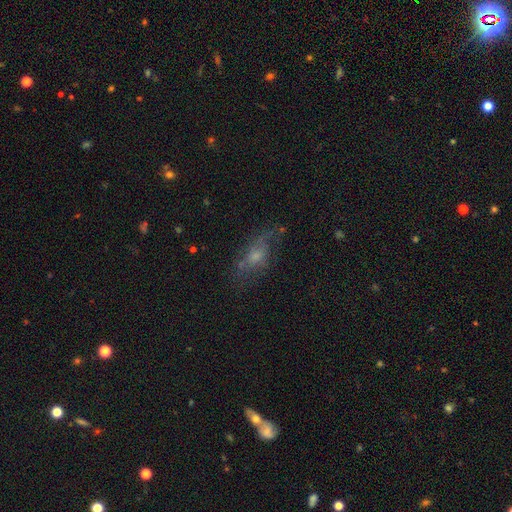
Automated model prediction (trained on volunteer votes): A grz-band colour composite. It shows a featured or disk galaxy (45%). Merging: none (57%).